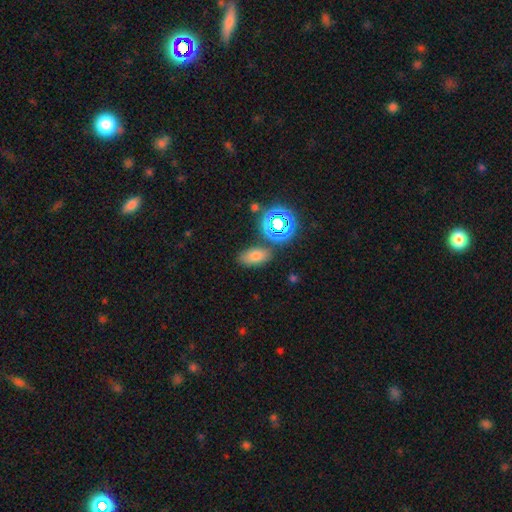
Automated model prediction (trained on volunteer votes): smooth 69%, star or artifact 21%, featured or disk 10%. Down the decision tree: how rounded — in between (85%); merging — none (78%).